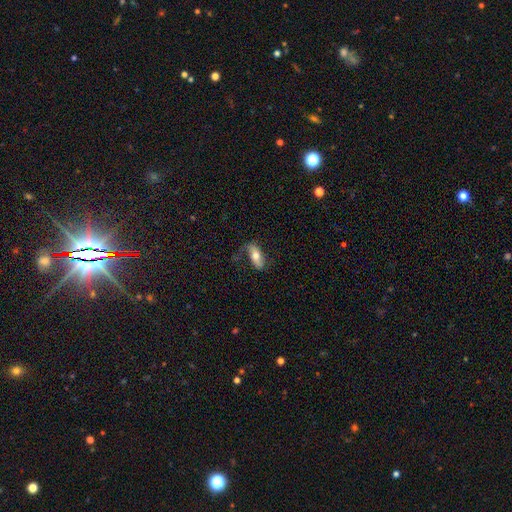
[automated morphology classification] A smooth galaxy with no disk features (50%).

Vote fractions:
- Smooth or featured? smooth: 50% / featured or disk: 44% / star or artifact: 7%
- Merging? none: 57% / minor disturbance: 26% / major disturbance: 15% / merger: 2%